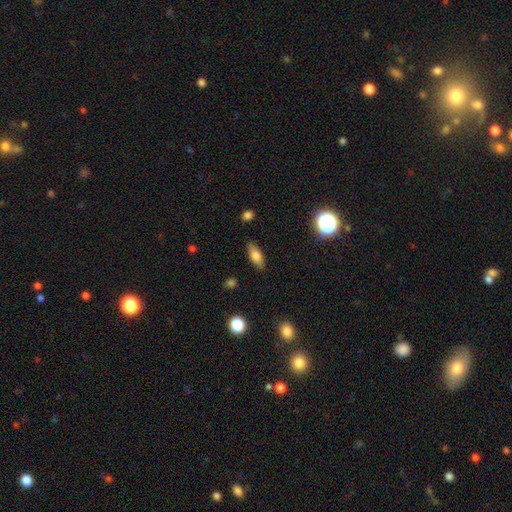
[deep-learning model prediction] smooth 76%, featured or disk 15%, star or artifact 8%. Down the decision tree: how rounded — in between (78%); merging — none (86%).